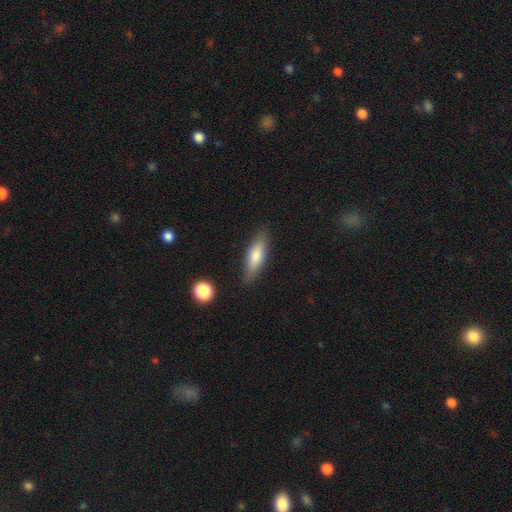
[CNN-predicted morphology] This is likely a smooth galaxy (72%). How rounded: possibly cigar-shaped (53%). Merging: clearly none (84%).